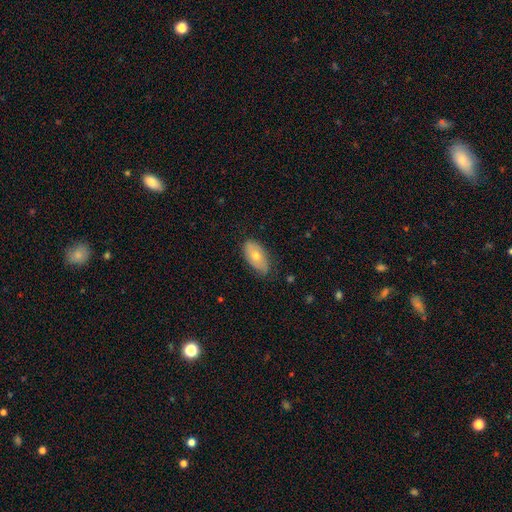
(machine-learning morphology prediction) smooth_or_featured: smooth (p=0.63) [alt: featured or disk p=0.30]
how_rounded: in between (p=0.92) [alt: round p=0.04]
merging: none (p=0.76) [alt: minor disturbance p=0.20]